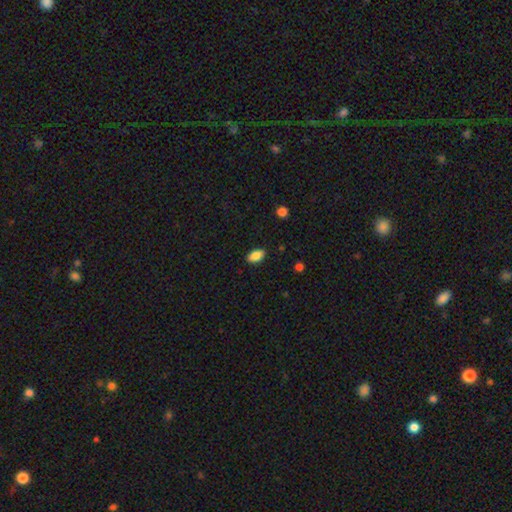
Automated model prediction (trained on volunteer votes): The model was most divided on "merging": none: 87%, minor disturbance: 10%, major disturbance: 2%, merger: 1%. More confident: how rounded — in between (92%); smooth or featured — smooth (88%).